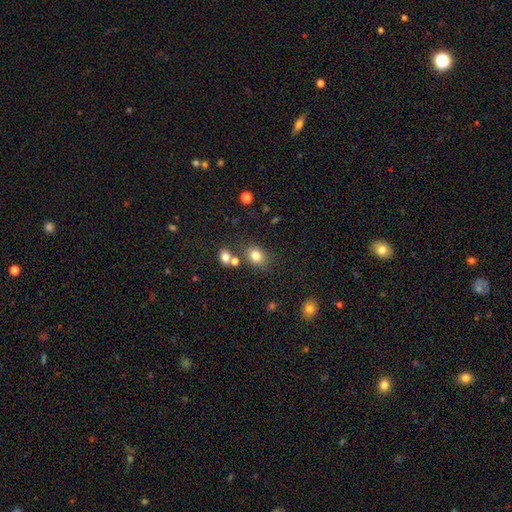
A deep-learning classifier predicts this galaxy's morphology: This is likely a smooth galaxy (79%). How rounded: possibly in between (59%). Merging: likely none (69%).